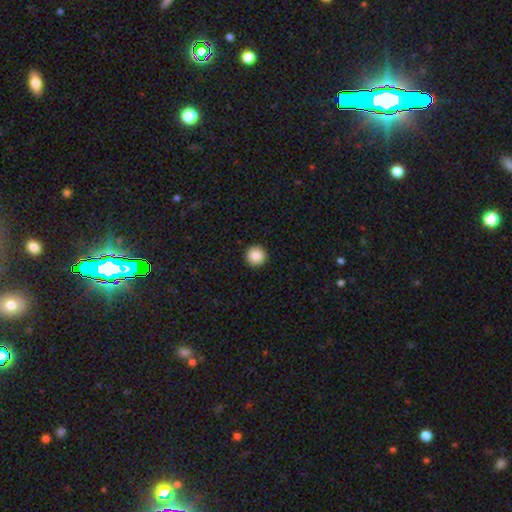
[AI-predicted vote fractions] Morphology: type=smooth (88%); roundness=round (96%); merging=none (94%).